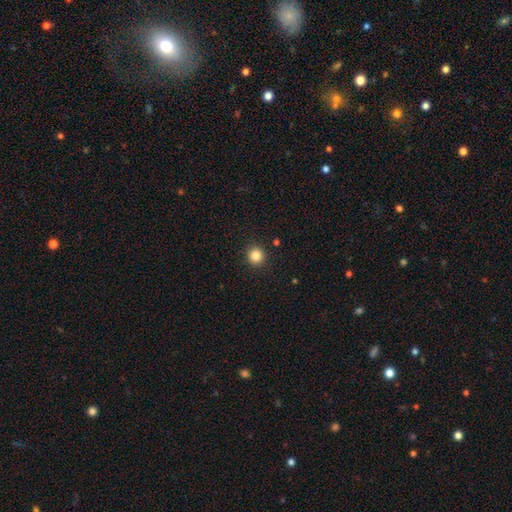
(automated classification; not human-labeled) Smooth or featured: smooth — 84% (star or artifact — 11%)
How rounded: round — 93% (in between — 6%)
Merging: none — 92% (minor disturbance — 5%)